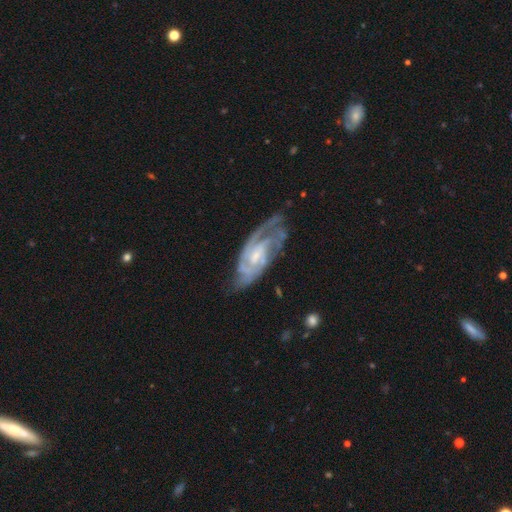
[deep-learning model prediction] A featured or disk galaxy (88%) with a weak bar (46%), 2 (42%) tight (50%) spiral arms (97%) and a small central bulge (49%).

Vote fractions:
- Smooth or featured? featured or disk: 88% / smooth: 7% / star or artifact: 5%
- Edge-on disk? no: 94% / yes: 6%
- Bar? weak: 46% / no: 41% / strong: 13%
- Spiral arms? yes: 97% / no: 3%
- Spiral winding? tight: 50% / medium: 42% / loose: 8%
- Spiral arm count? 2: 42% / 3: 25% / can't tell: 18% / 4: 6% / 1: 4% / more than 4: 4%
- Bulge size? small: 49% / moderate: 36% / none: 11% / large: 3% / dominant: 1%
- Merging? none: 64% / minor disturbance: 22% / major disturbance: 12% / merger: 2%